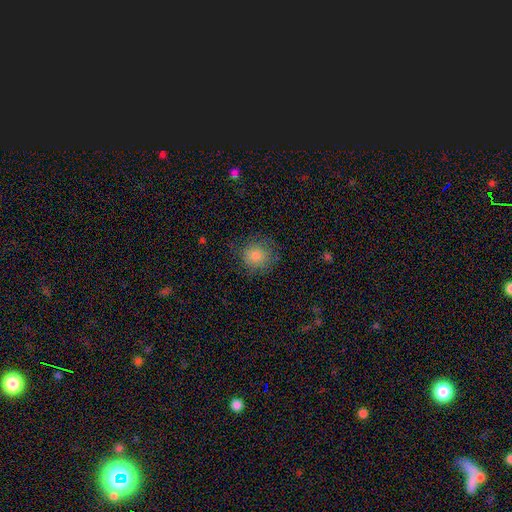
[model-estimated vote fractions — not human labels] A smooth galaxy with no disk features (81%) that is round (90%).

Vote fractions:
- Smooth or featured? smooth: 81% / star or artifact: 11% / featured or disk: 8%
- How rounded? round: 90% / in between: 9% / cigar-shaped: 1%
- Merging? none: 82% / minor disturbance: 13% / major disturbance: 4% / merger: 1%